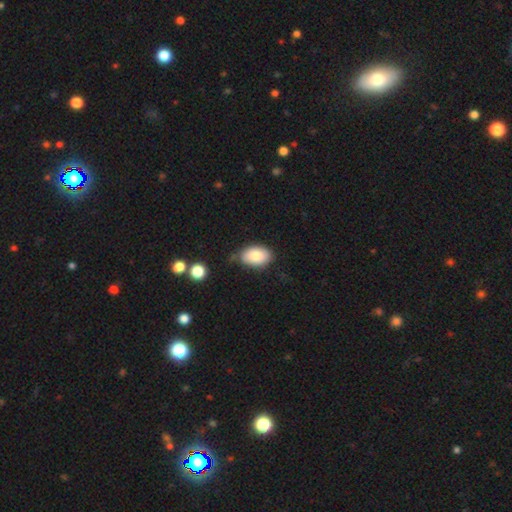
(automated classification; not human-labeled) smooth 82%, featured or disk 10%, star or artifact 7%. Down the decision tree: how rounded — in between (89%); merging — none (70%).